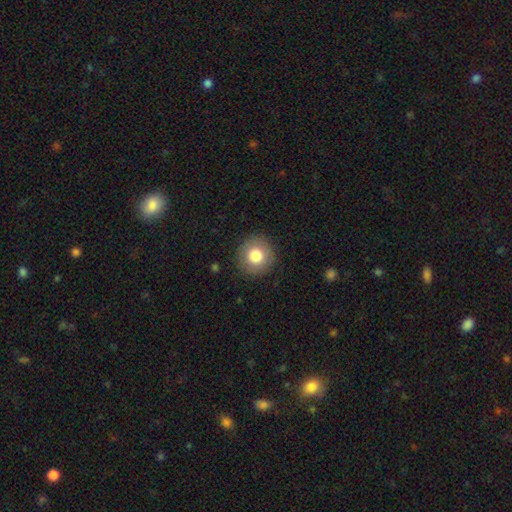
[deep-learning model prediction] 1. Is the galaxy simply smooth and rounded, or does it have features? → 79% smooth, 12% featured or disk, 9% star or artifact.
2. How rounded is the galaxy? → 95% round, 4% in between, 1% cigar-shaped.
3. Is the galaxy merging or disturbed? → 90% none, 7% minor disturbance, 2% major disturbance, 1% merger.